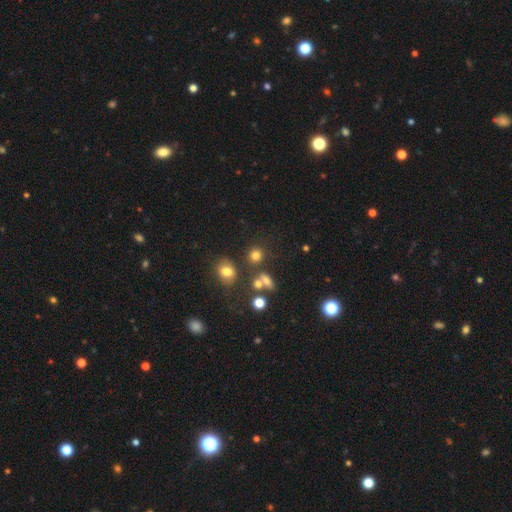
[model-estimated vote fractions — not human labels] The model was most divided on "merging": none: 70%, merger: 13%, minor disturbance: 11%, major disturbance: 6%. More confident: how rounded — round (82%); smooth or featured — smooth (74%).